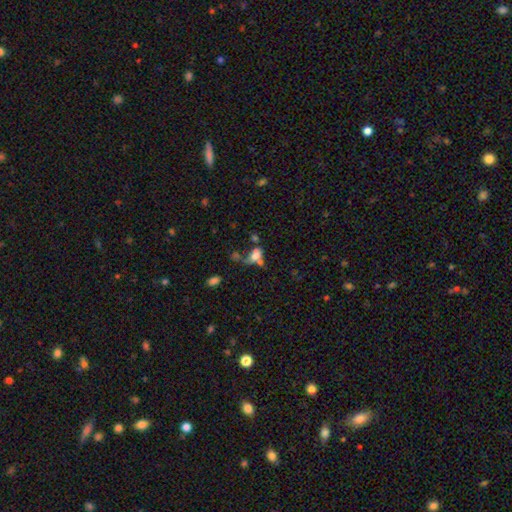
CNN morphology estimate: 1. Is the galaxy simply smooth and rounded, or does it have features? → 66% smooth, 18% featured or disk, 16% star or artifact.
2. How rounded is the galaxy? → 79% in between, 17% round, 4% cigar-shaped.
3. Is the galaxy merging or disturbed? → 45% merger, 23% none, 19% major disturbance, 14% minor disturbance.